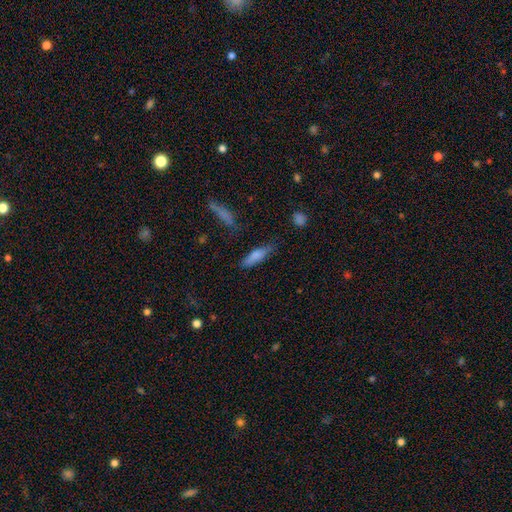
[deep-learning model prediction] smooth 77%, featured or disk 16%, star or artifact 8%. Down the decision tree: how rounded — cigar-shaped (57%); merging — none (69%).